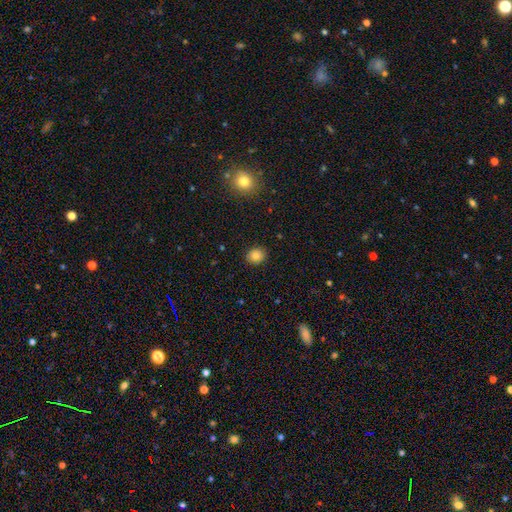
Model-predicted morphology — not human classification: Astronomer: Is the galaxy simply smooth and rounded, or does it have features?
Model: smooth — 82%.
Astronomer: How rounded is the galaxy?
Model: round — 74%.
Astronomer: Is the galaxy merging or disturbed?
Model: none — 90%.